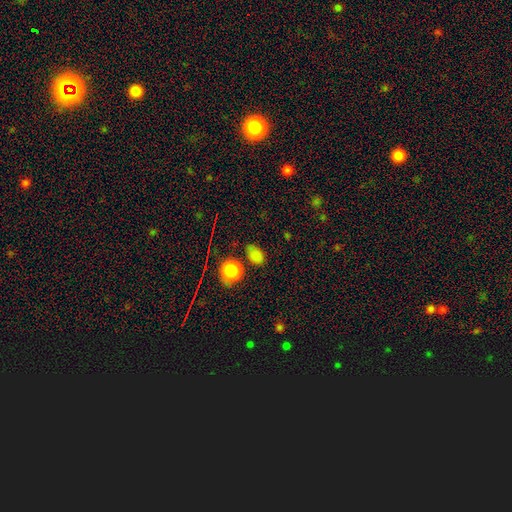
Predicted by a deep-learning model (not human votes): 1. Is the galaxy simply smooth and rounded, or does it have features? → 75% smooth, 19% star or artifact, 5% featured or disk.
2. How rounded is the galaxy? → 65% in between, 33% round, 2% cigar-shaped.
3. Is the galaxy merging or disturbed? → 71% none, 17% minor disturbance, 7% merger, 5% major disturbance.